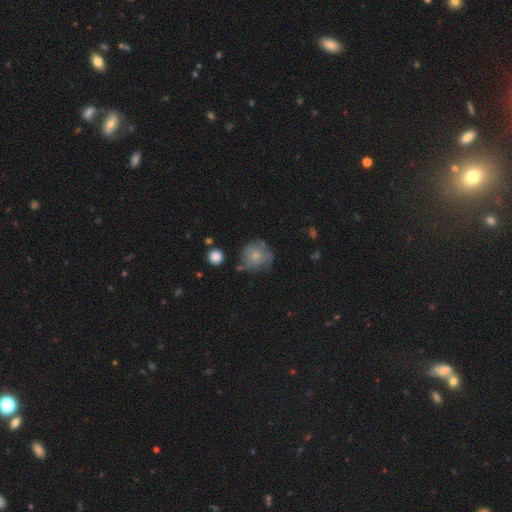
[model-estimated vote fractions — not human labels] smooth-or-featured: smooth: 64% | featured or disk: 27% | star or artifact: 9%
  how-rounded: round: 85% | in between: 14% | cigar-shaped: 1%
  merging: none: 55% | minor disturbance: 28% | major disturbance: 13% | merger: 4%